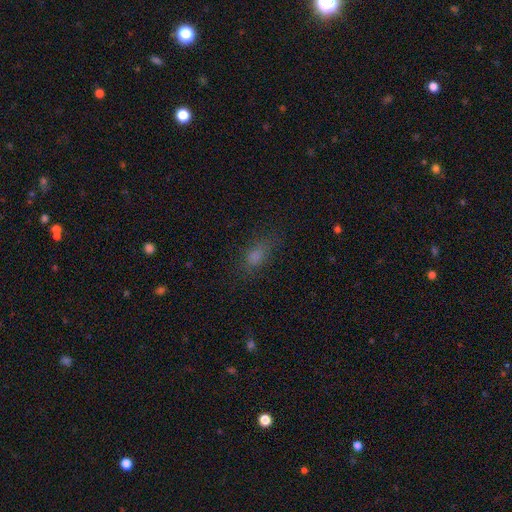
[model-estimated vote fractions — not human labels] This appears to be a smooth galaxy with no disk features (73%) that is in between round and cigar-shaped (73%). Merging: none (70%).